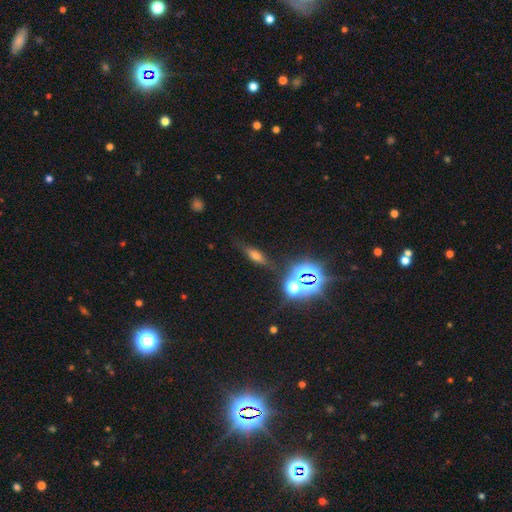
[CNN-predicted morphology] This is possibly a smooth galaxy (50%). Merging: likely none (77%).